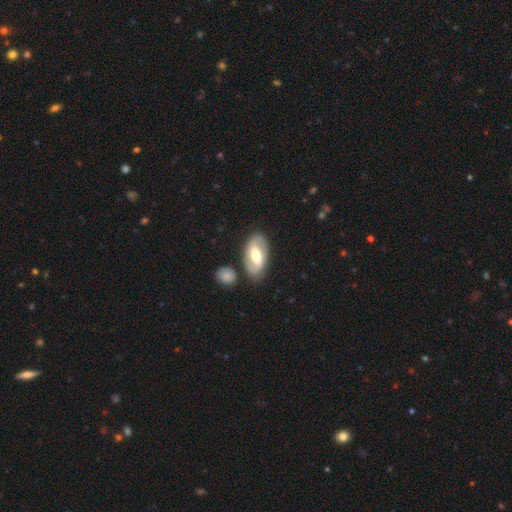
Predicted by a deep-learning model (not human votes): Overall: featured or disk (59%; smooth 35%). Edge-on disk: no (91%). Bar: strong (43%; weak 39%). Spiral arms: yes (68%; no 32%). Bulge size: moderate (68%). Merging: none (79%).